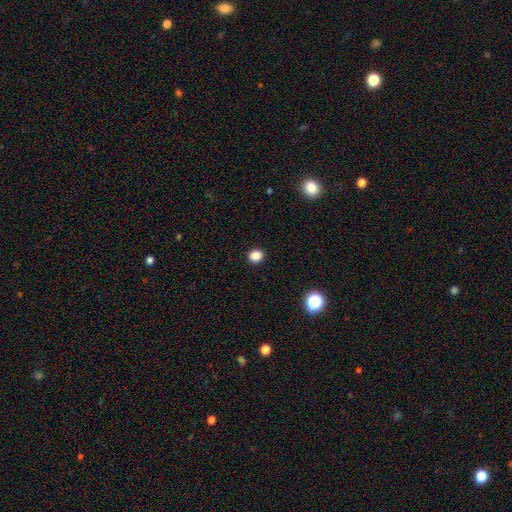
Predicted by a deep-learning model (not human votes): Q: Smooth or featured?
A: smooth (86%); runner-up: star or artifact (12%)
Q: How rounded?
A: round (76%); runner-up: in between (23%)
Q: Merging?
A: none (92%); runner-up: minor disturbance (5%)